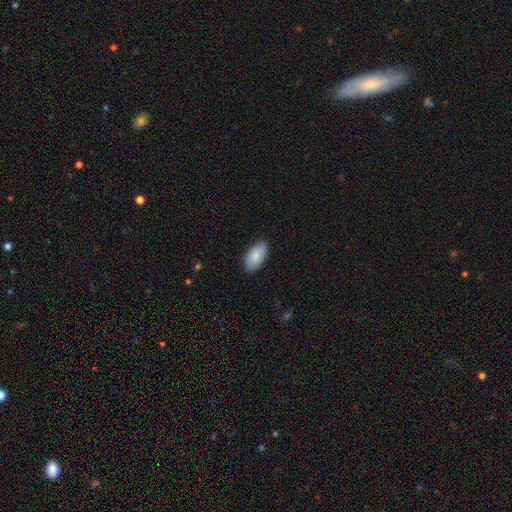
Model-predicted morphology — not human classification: smooth 83%, featured or disk 11%, star or artifact 6%. Down the decision tree: how rounded — in between (95%); merging — none (85%).